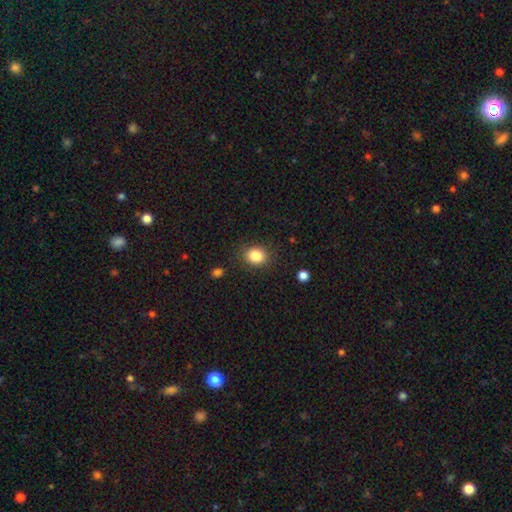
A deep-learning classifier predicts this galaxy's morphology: Smooth or featured: smooth — 86% (star or artifact — 10%)
How rounded: round — 57% (in between — 42%)
Merging: none — 85% (minor disturbance — 10%)